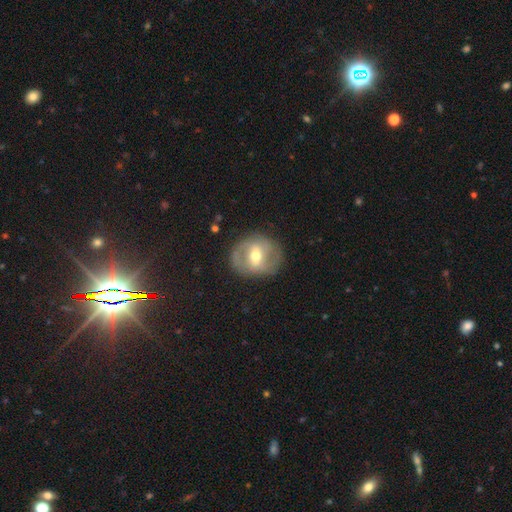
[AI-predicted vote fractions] A featured or disk galaxy (69%) with a weak bar (44%), spiral arms (71%) and a moderate central bulge (71%).

Vote fractions:
- Smooth or featured? featured or disk: 69% / smooth: 24% / star or artifact: 7%
- Edge-on disk? no: 95% / yes: 5%
- Bar? weak: 44% / strong: 35% / no: 21%
- Spiral arms? yes: 71% / no: 29%
- Bulge size? moderate: 71% / small: 22% / large: 5% / dominant: 1% / none: 1%
- Merging? none: 80% / minor disturbance: 13% / major disturbance: 5% / merger: 1%